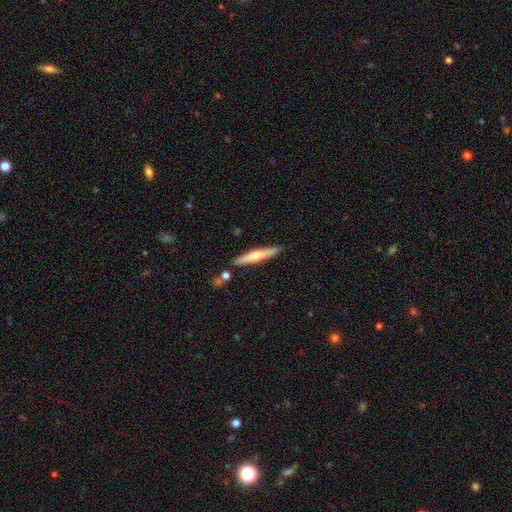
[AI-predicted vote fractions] Q: Smooth or featured?
A: featured or disk (49%); runner-up: smooth (46%)
Q: Merging?
A: none (87%); runner-up: minor disturbance (8%)